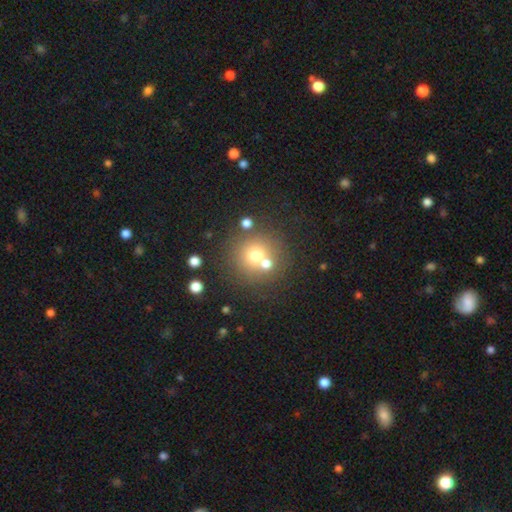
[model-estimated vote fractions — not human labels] smooth 67%, star or artifact 17%, featured or disk 16%. Down the decision tree: how rounded — round (91%); merging — none (58%).